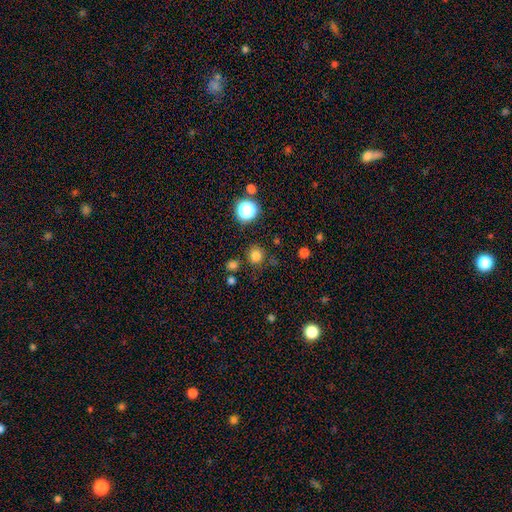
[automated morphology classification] A smooth galaxy with no disk features (77%) that is round (89%). Merging: none (81%).